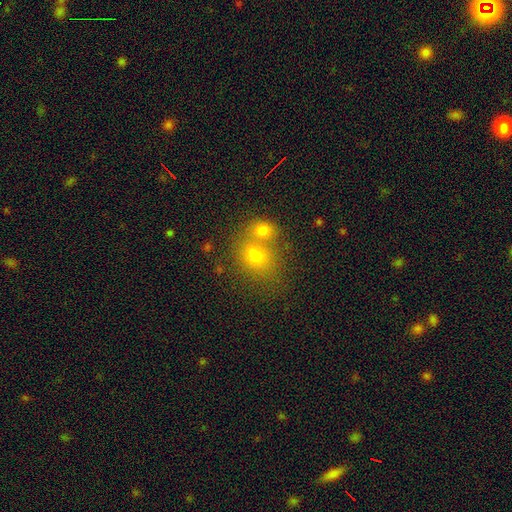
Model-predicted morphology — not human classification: The model was most divided on "merging": merger: 52%, none: 36%, minor disturbance: 8%, major disturbance: 4%. More confident: smooth or featured — smooth (69%); how rounded — round (60%).